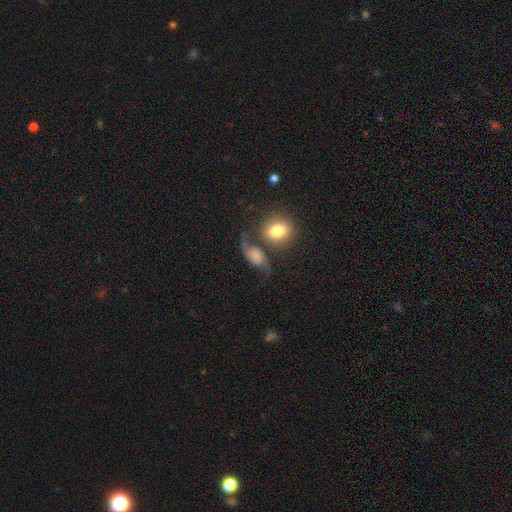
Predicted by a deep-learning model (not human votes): Q: Smooth or featured?
A: featured or disk (59%); runner-up: smooth (32%)
Q: Edge-on disk?
A: no (95%); runner-up: yes (5%)
Q: Bar?
A: no (66%); runner-up: weak (26%)
Q: Spiral arms?
A: yes (90%); runner-up: no (10%)
Q: Spiral winding?
A: loose (75%); runner-up: medium (20%)
Q: Spiral arm count?
A: 2 (90%); runner-up: 1 (4%)
Q: Bulge size?
A: none (26%); tied with: small (26%)
Q: Merging?
A: none (45%); runner-up: minor disturbance (19%)